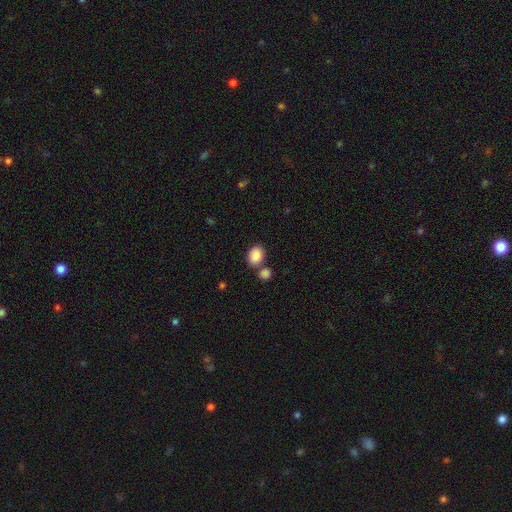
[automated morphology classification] This appears to be a smooth galaxy with no disk features (88%) that is in between round and cigar-shaped (72%). Merging: none (61%).